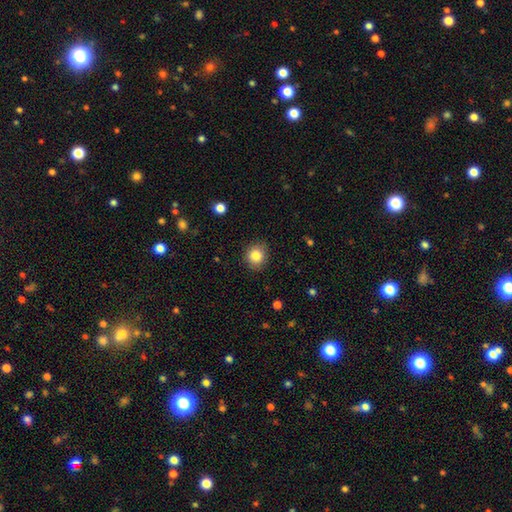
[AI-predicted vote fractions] A smooth galaxy with no disk features (85%) that is round (79%). Merging: none (86%).